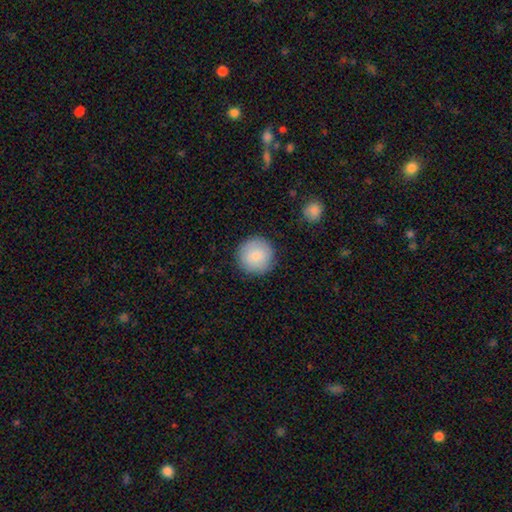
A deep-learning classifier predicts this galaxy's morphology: Smooth or featured: smooth — 85% (featured or disk — 9%)
How rounded: round — 96% (in between — 3%)
Merging: none — 89% (minor disturbance — 8%)